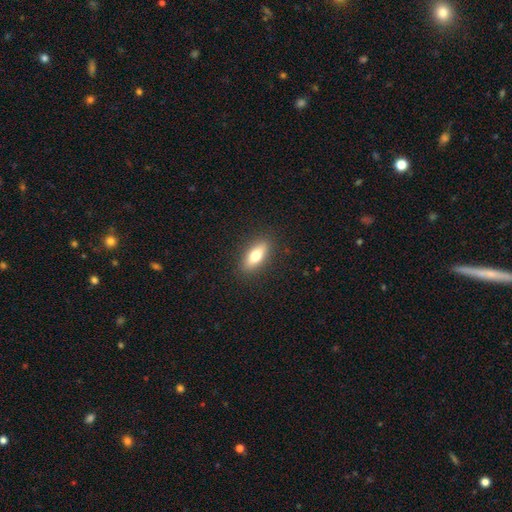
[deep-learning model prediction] Smooth or featured? Predicted: smooth (p=0.70). How rounded? Predicted: in between (p=0.70). Merging? Predicted: none (p=0.88).